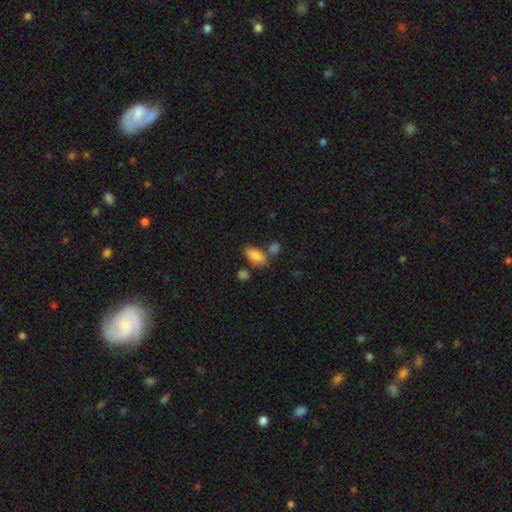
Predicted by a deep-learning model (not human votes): smooth_or_featured: smooth (p=0.84) [alt: featured or disk p=0.08]
how_rounded: in between (p=0.91) [alt: cigar-shaped p=0.05]
merging: none (p=0.57) [alt: merger p=0.20]